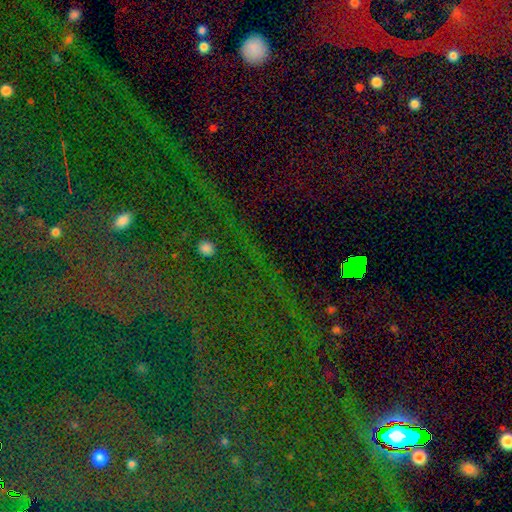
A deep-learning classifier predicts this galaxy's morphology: The model was most divided on "smooth or featured": star or artifact: 81%, smooth: 10%, featured or disk: 9%.